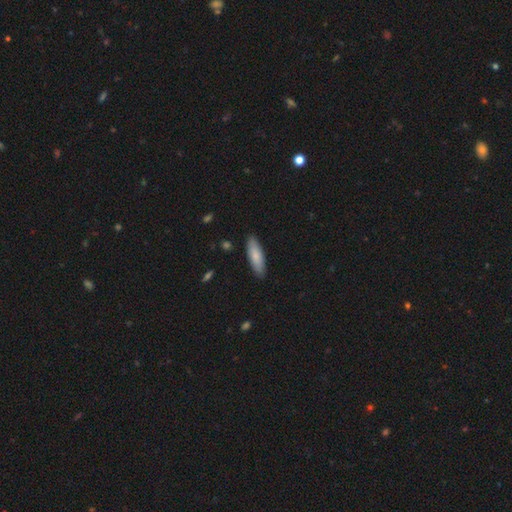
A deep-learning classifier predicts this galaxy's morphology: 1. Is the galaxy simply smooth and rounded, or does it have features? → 82% smooth, 13% featured or disk, 5% star or artifact.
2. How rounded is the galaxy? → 54% cigar-shaped, 44% in between, 1% round.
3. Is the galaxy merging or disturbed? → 88% none, 9% minor disturbance, 2% major disturbance, 1% merger.